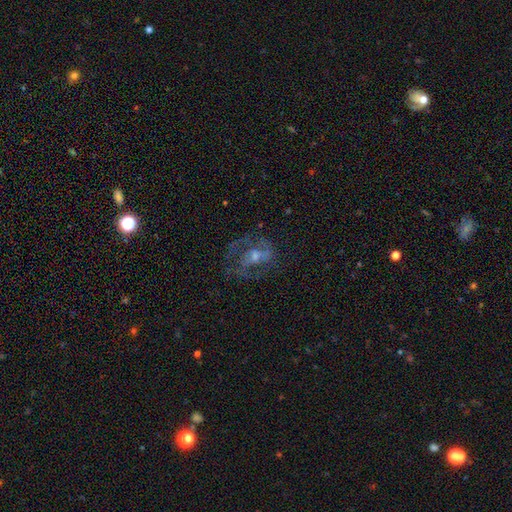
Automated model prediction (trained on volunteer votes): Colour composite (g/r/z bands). It shows a featured or disk galaxy (73%) with no bar (45%), 2 (49%) medium (50%) spiral arms (77%) and a moderate central bulge (44%). Merging: none (53%).